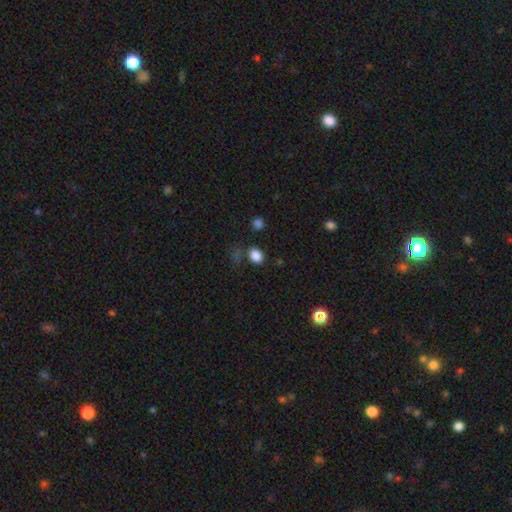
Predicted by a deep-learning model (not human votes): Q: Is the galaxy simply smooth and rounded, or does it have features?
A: smooth — 84%.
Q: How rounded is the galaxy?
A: in between — 59%.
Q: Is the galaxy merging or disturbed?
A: none — 75%.